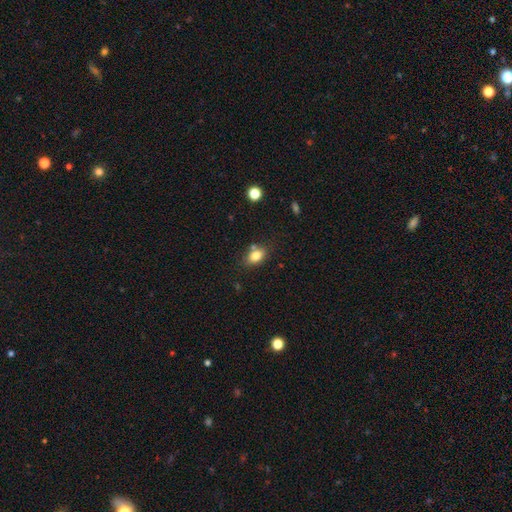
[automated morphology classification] This appears to be a smooth galaxy with no disk features (80%) that is in between round and cigar-shaped (80%). Merging: none (68%).